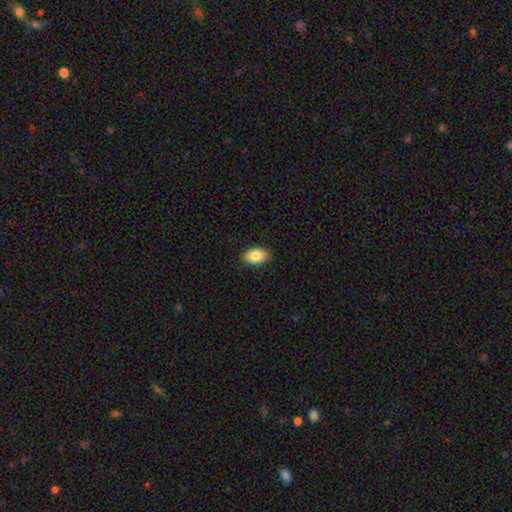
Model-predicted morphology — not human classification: A smooth galaxy with no disk features (86%) that is in between round and cigar-shaped (92%). Merging: none (89%).